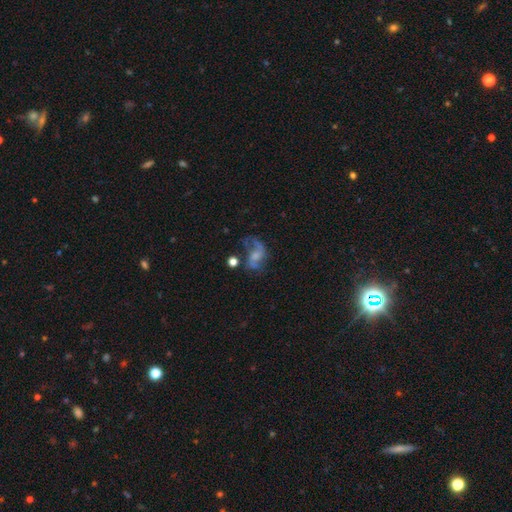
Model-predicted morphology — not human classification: smooth-or-featured: featured or disk: 67% | smooth: 21% | star or artifact: 12%
  disk-edge-on: no: 97% | yes: 3%
    bar: no: 56% | weak: 36% | strong: 9%
    has-spiral-arms: yes: 80% | no: 20%
      spiral-winding: loose: 67% | medium: 27% | tight: 6%
      spiral-arm-count: 2: 77% | 1: 12% | can't tell: 7% | 3: 2% | 4: 1% | more than 4: 1%
    bulge-size: none: 35% | small: 30% | moderate: 25% | large: 7% | dominant: 2%
  merging: none: 39% | major disturbance: 31% | minor disturbance: 20% | merger: 10%